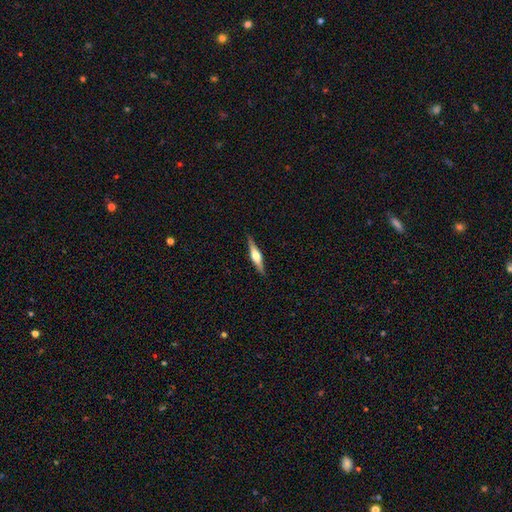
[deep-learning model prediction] smooth_or_featured: featured or disk (p=0.69) [alt: smooth p=0.25]
disk_edge_on: yes (p=0.97) [alt: no p=0.03]
edge_on_bulge: rounded (p=0.90) [alt: boxy p=0.08]
merging: none (p=0.90) [alt: minor disturbance p=0.08]